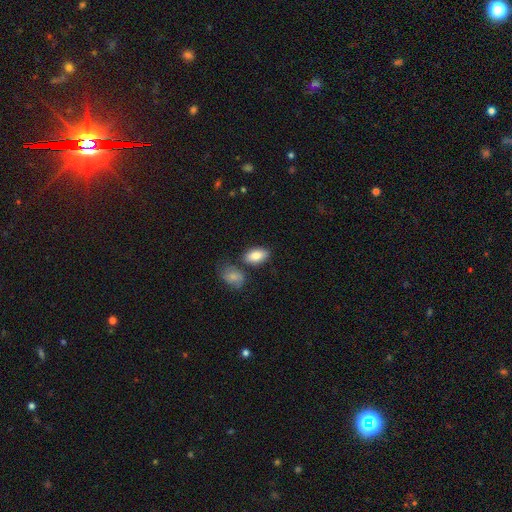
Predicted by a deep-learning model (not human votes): smooth 85%, featured or disk 8%, star or artifact 7%. Down the decision tree: how rounded — in between (93%); merging — none (71%).